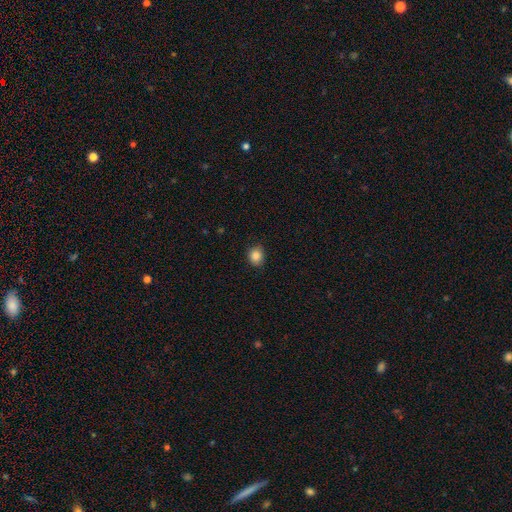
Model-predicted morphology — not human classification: This appears to be a smooth galaxy with no disk features (86%) that is round (74%). Merging: none (86%).